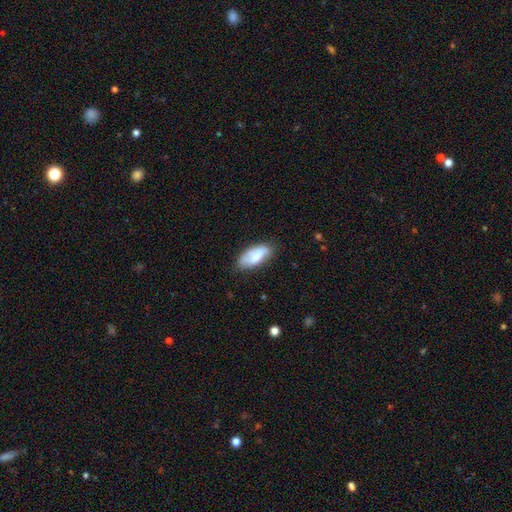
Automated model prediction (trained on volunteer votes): Smooth or featured? Predicted: smooth (p=0.71). How rounded? Predicted: in between (p=0.87). Merging? Predicted: none (p=0.69).